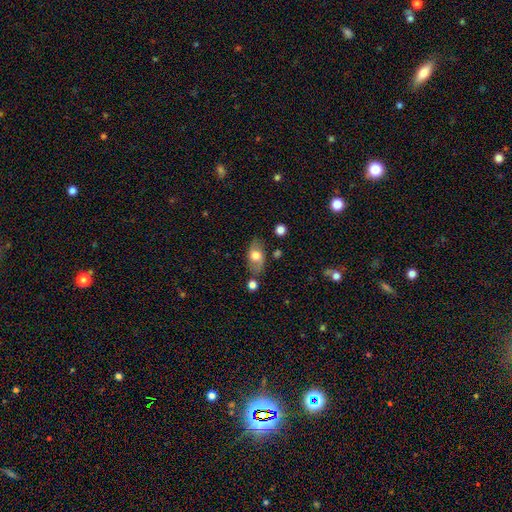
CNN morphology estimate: The model was most divided on "smooth or featured": smooth: 58%, featured or disk: 35%, star or artifact: 7%. More confident: how rounded — in between (85%); merging — none (72%).